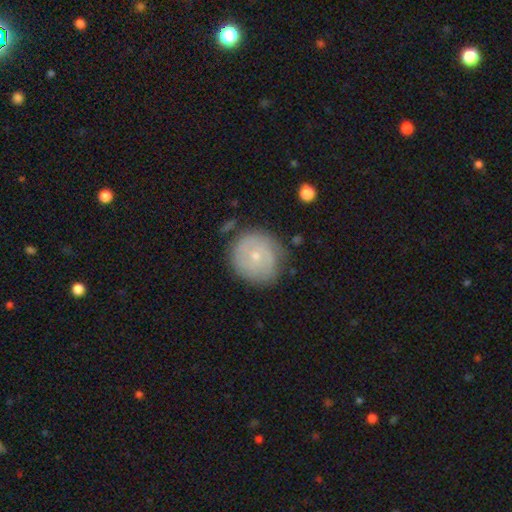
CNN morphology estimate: smooth_or_featured: featured or disk (p=0.49) [alt: smooth p=0.43]
merging: none (p=0.73) [alt: minor disturbance p=0.20]